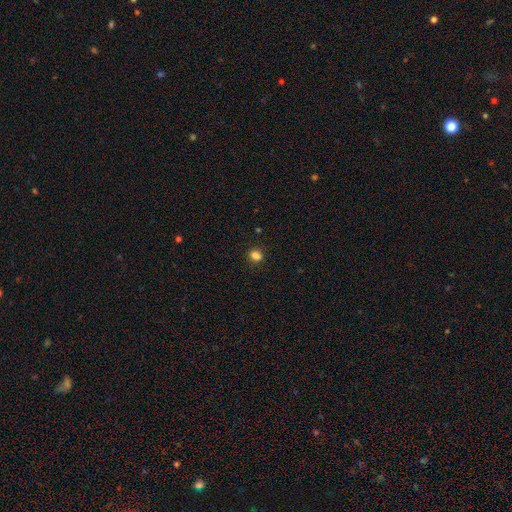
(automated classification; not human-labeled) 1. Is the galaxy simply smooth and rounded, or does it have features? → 81% smooth, 14% star or artifact, 5% featured or disk.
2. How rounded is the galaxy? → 53% round, 45% in between, 2% cigar-shaped.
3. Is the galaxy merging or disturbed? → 79% none, 12% minor disturbance, 6% merger, 3% major disturbance.